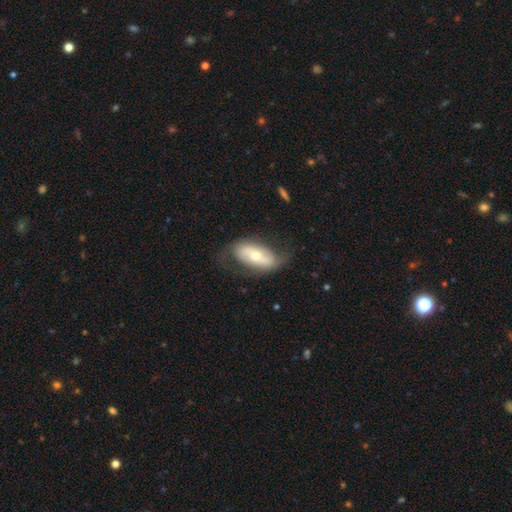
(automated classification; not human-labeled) Overall: featured or disk (60%; smooth 34%). Edge-on disk: no (88%). Bar: no (38%; strong 37%). Spiral arms: yes (65%; no 35%). Bulge size: moderate (50%; small 43%). Merging: none (62%).